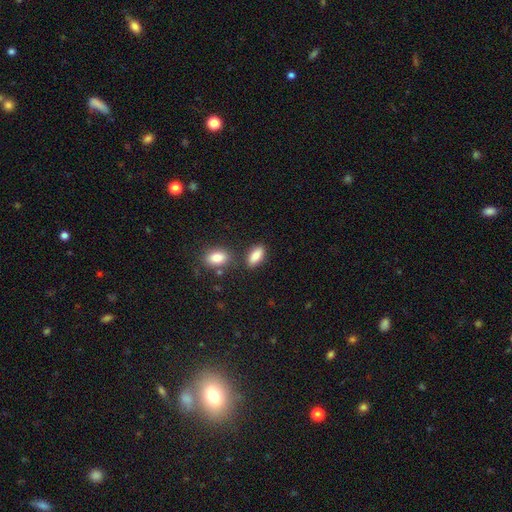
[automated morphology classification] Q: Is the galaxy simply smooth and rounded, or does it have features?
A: smooth — 86%.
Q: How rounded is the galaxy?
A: in between — 86%.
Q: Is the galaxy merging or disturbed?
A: none — 76%.